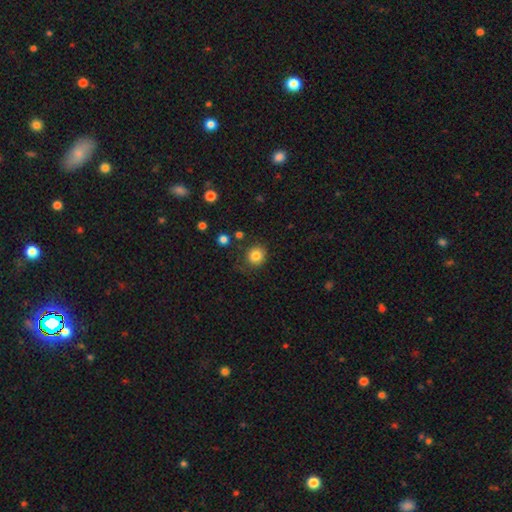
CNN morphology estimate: The model was most divided on "merging": none: 79%, minor disturbance: 14%, major disturbance: 4%, merger: 3%. More confident: how rounded — round (85%); smooth or featured — smooth (84%).